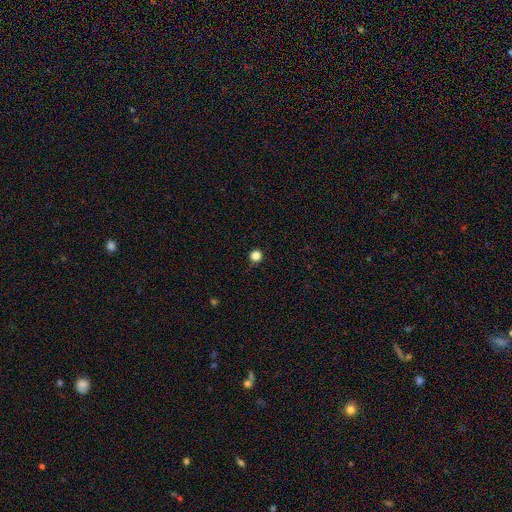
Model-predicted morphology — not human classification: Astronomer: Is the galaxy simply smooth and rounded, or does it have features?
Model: smooth — 83%.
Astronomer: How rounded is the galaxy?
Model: round — 96%.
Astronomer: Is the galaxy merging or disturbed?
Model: none — 91%.